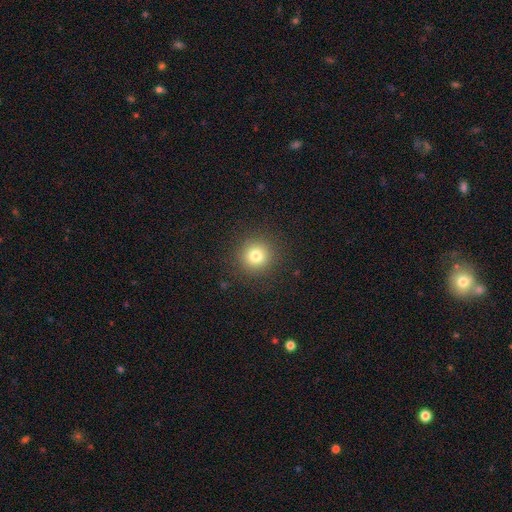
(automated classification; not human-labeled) smooth 78%, star or artifact 14%, featured or disk 8%. Down the decision tree: how rounded — round (94%); merging — none (90%).